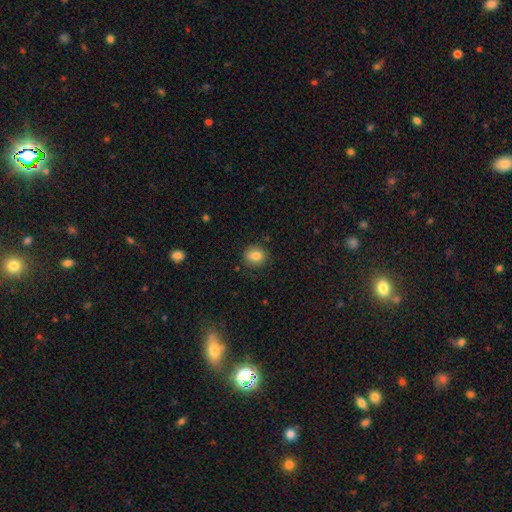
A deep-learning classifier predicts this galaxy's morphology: Smooth or featured?
  - smooth: 82% *
  - star or artifact: 10%
  - featured or disk: 9%
How rounded?
  - round: 69% *
  - in between: 30%
  - cigar-shaped: 1%
Merging?
  - none: 80% *
  - minor disturbance: 15%
  - major disturbance: 4%
  - merger: 2%